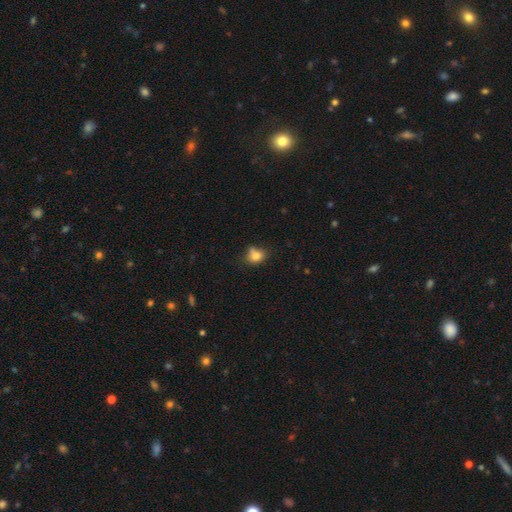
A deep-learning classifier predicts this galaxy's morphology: Smooth or featured?
  - smooth: 78% *
  - star or artifact: 11%
  - featured or disk: 11%
How rounded?
  - round: 52% *
  - in between: 47%
  - cigar-shaped: 1%
Merging?
  - none: 51% *
  - minor disturbance: 24%
  - merger: 19%
  - major disturbance: 7%